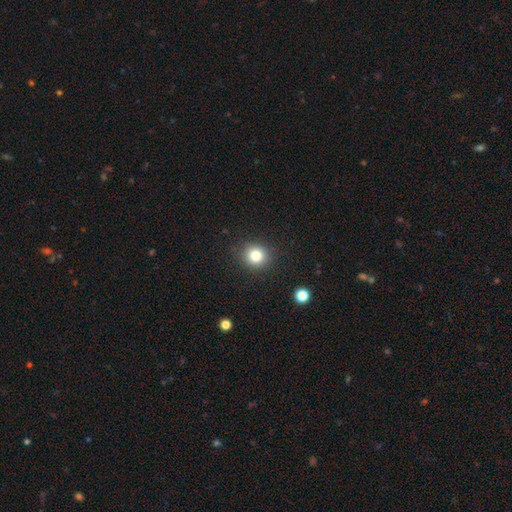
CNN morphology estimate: smooth-or-featured: smooth: 81% | star or artifact: 12% | featured or disk: 7%
  how-rounded: round: 88% | in between: 11% | cigar-shaped: 1%
  merging: none: 89% | minor disturbance: 7% | major disturbance: 3% | merger: 1%